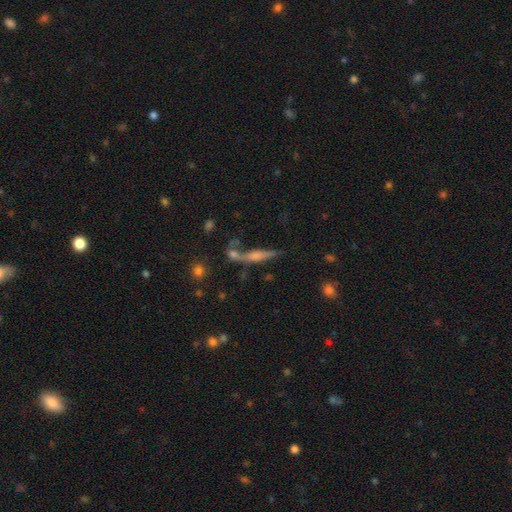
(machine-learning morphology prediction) Smooth or featured? featured or disk (56%)
Edge-on disk? yes (90%)
Edge-on bulge? rounded (66%)
Merging? none (54%)